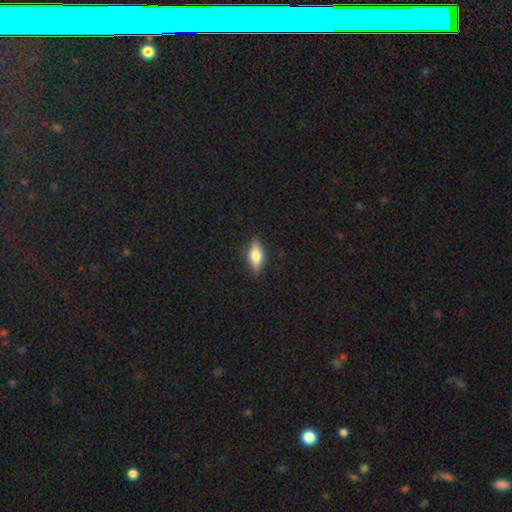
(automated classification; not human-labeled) smooth 53%, featured or disk 38%, star or artifact 8%. Down the decision tree: how rounded — in between (68%); merging — none (85%).